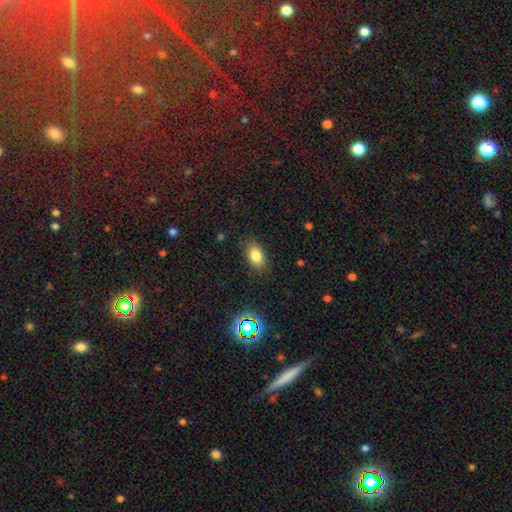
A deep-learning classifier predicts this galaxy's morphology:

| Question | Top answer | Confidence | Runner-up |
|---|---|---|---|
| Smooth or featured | smooth | 80% | star or artifact (11%) |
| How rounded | in between | 86% | round (11%) |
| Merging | none | 82% | minor disturbance (14%) |